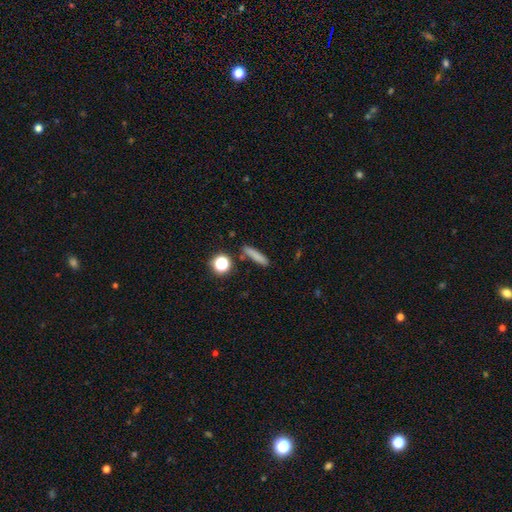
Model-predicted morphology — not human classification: Smooth or featured: smooth — 77% (star or artifact — 12%)
How rounded: cigar-shaped — 81% (in between — 13%)
Merging: none — 83% (minor disturbance — 10%)